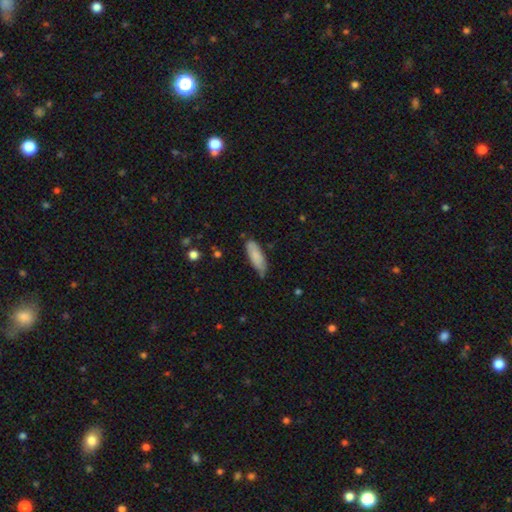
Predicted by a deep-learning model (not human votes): Smooth or featured: smooth — 84% (featured or disk — 10%)
How rounded: in between — 57% (cigar-shaped — 42%)
Merging: none — 76% (minor disturbance — 19%)